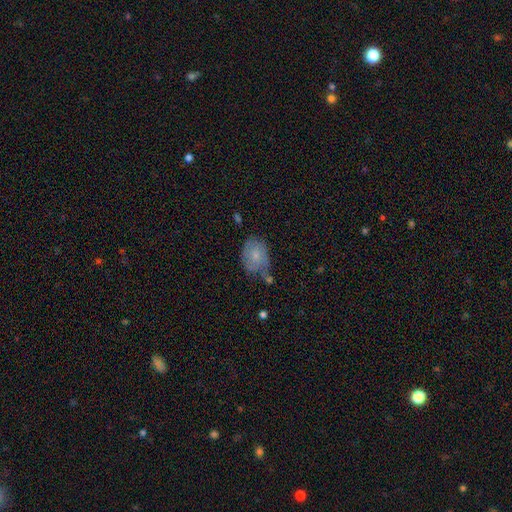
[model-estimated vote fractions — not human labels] smooth_or_featured: smooth (p=0.63) [alt: featured or disk p=0.29]
how_rounded: in between (p=0.67) [alt: round p=0.31]
merging: none (p=0.47) [alt: minor disturbance p=0.31]